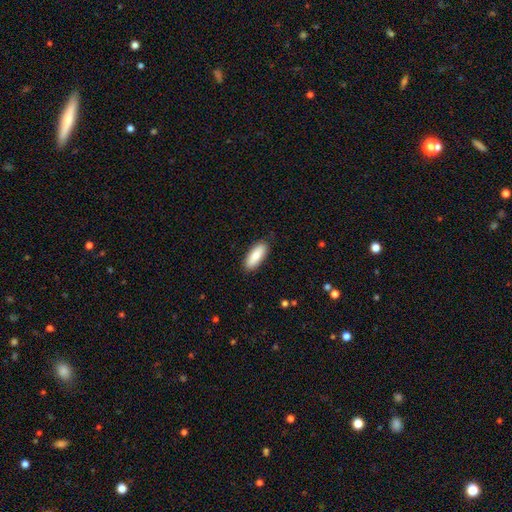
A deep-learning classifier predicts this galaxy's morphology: A smooth galaxy with no disk features (83%) that is in between round and cigar-shaped (72%).

Vote fractions:
- Smooth or featured? smooth: 83% / featured or disk: 11% / star or artifact: 6%
- How rounded? in between: 72% / cigar-shaped: 26% / round: 2%
- Merging? none: 87% / minor disturbance: 10% / major disturbance: 2% / merger: 1%